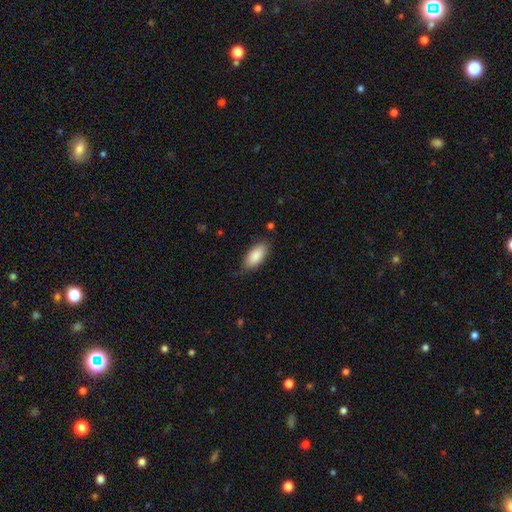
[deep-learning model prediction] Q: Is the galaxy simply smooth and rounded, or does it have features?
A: smooth — 88%.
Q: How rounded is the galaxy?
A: in between — 89%.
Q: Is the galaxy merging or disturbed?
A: none — 73%.